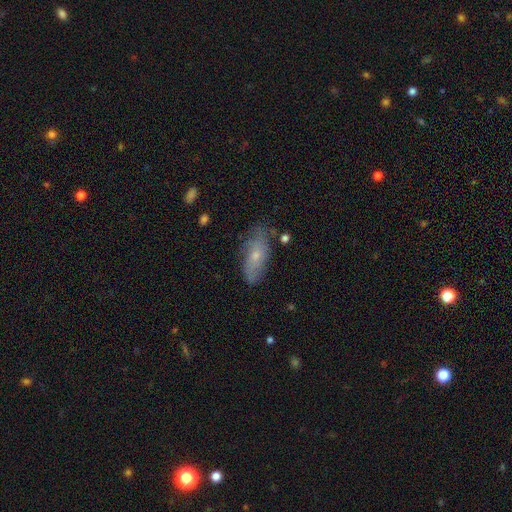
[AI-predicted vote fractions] Smooth or featured?
  - smooth: 48% *
  - featured or disk: 44%
  - star or artifact: 8%
Merging?
  - none: 68% *
  - minor disturbance: 23%
  - major disturbance: 6%
  - merger: 2%